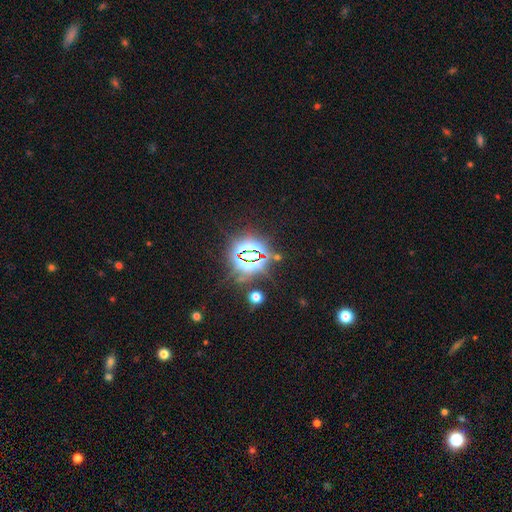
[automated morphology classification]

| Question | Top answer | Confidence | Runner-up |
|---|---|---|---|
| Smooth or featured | star or artifact | 80% | smooth (12%) |